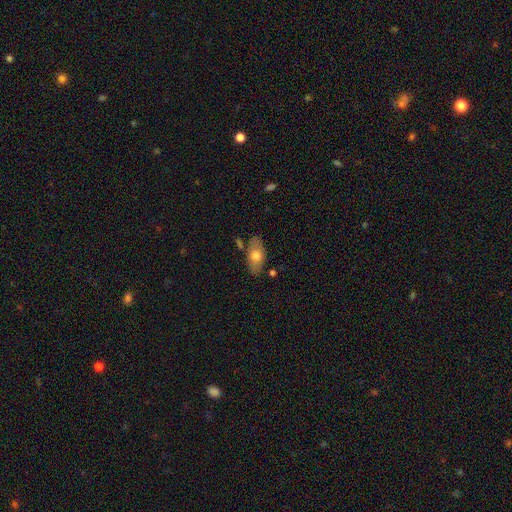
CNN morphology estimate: A smooth galaxy with no disk features (64%) that is in between round and cigar-shaped (89%). Merging: none (74%).